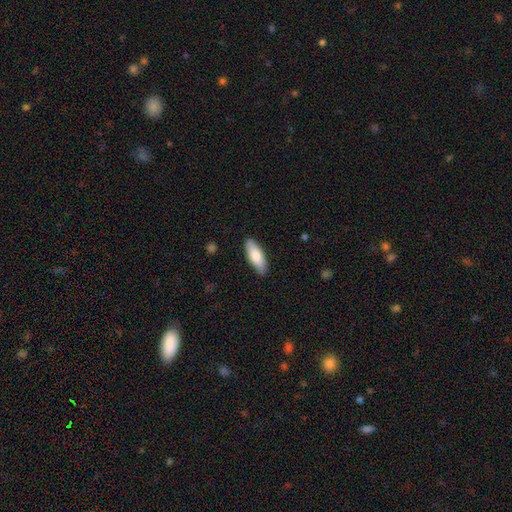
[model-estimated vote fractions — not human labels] The model was most divided on "how rounded": in between: 64%, cigar-shaped: 34%, round: 2%. More confident: merging — none (86%); smooth or featured — smooth (80%).